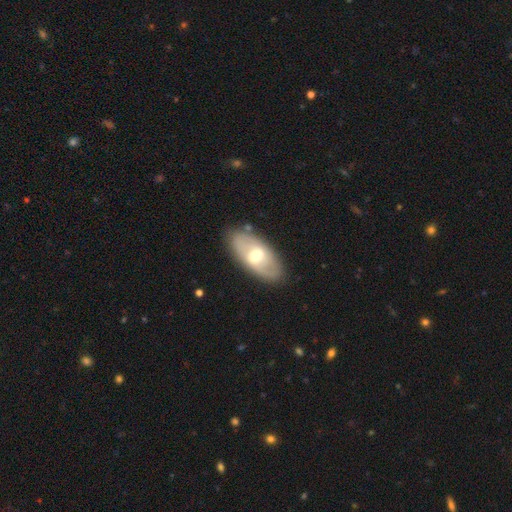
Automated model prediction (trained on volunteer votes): A featured or disk galaxy (52%).

Vote fractions:
- Smooth or featured? featured or disk: 52% / smooth: 42% / star or artifact: 6%
- Edge-on disk? no: 86% / yes: 14%
- Merging? none: 83% / minor disturbance: 12% / major disturbance: 4% / merger: 2%